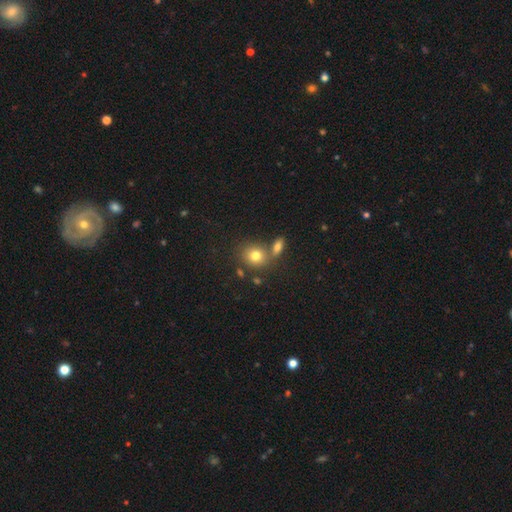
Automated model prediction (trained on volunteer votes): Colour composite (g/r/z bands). It shows a smooth galaxy with no disk features (77%) that is round (71%). Merging: none (60%).